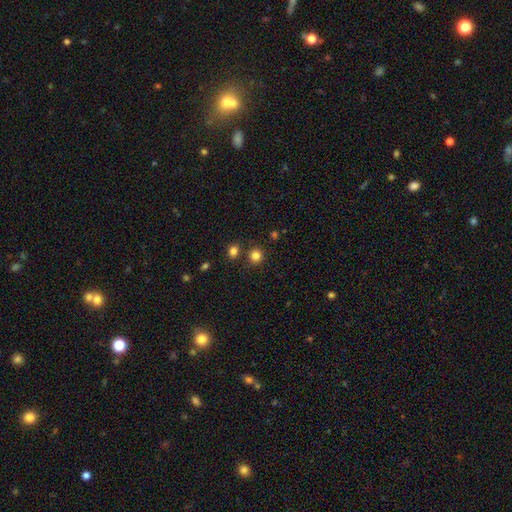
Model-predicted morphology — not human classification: smooth-or-featured: smooth: 82% | star or artifact: 14% | featured or disk: 4%
  how-rounded: round: 90% | in between: 9% | cigar-shaped: 1%
  merging: none: 82% | merger: 8% | minor disturbance: 7% | major disturbance: 3%